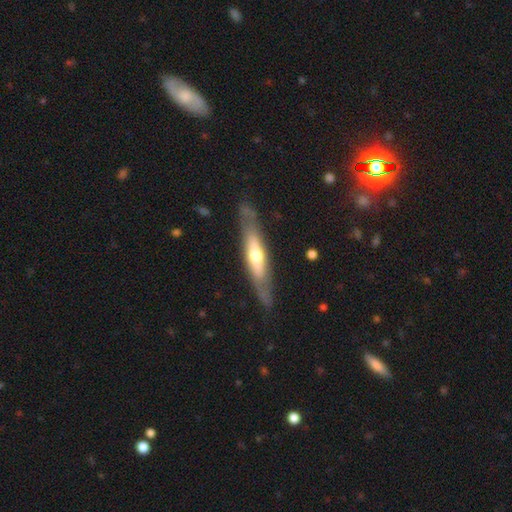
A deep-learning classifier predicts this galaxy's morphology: Smooth or featured?
  - featured or disk: 58% *
  - smooth: 37%
  - star or artifact: 5%
Edge-on disk?
  - yes: 72% *
  - no: 28%
Merging?
  - none: 78% *
  - minor disturbance: 15%
  - major disturbance: 5%
  - merger: 2%